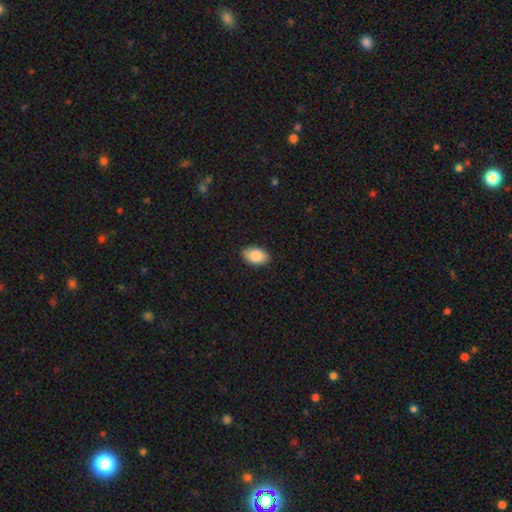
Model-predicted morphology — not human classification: Smooth or featured?
  - smooth: 87% *
  - star or artifact: 7%
  - featured or disk: 6%
How rounded?
  - in between: 91% *
  - round: 8%
  - cigar-shaped: 1%
Merging?
  - none: 88% *
  - minor disturbance: 9%
  - major disturbance: 2%
  - merger: 1%